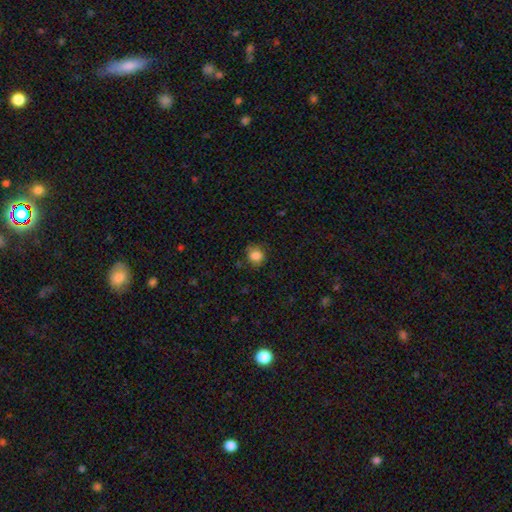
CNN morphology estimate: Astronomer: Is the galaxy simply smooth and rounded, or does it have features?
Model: smooth — 84%.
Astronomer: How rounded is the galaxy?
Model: round — 76%.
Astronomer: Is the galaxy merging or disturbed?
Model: none — 71%.